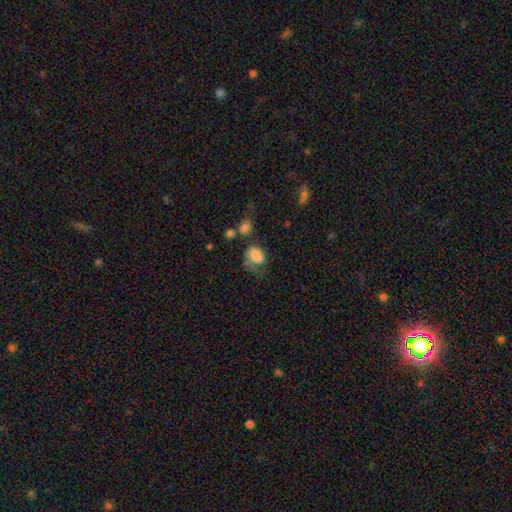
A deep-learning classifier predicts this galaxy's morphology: Overall: smooth (71%). How rounded: in between (74%). Merging: major disturbance (36%; none 29%).